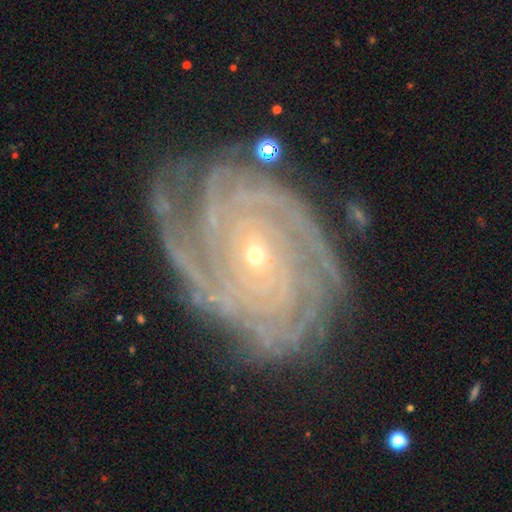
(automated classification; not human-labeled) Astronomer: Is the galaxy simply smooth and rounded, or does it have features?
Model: featured or disk — 90%.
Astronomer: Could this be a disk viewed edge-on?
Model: no — 97%.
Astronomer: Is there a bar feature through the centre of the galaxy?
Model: no — 75%.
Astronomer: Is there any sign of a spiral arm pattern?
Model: yes — 98%.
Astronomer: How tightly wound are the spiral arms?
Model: tight — 84%.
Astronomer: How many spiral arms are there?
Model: more than 4 — 22%, tied with 4 at 22%.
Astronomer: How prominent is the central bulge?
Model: small — 82%.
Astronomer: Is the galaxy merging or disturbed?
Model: none — 66%.